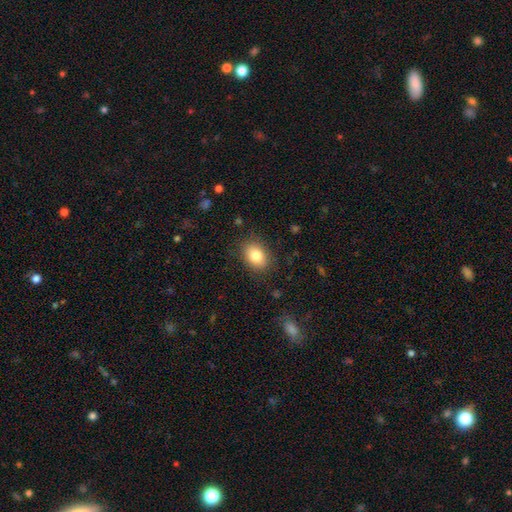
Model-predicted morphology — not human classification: smooth_or_featured: smooth (p=0.83) [alt: featured or disk p=0.09]
how_rounded: in between (p=0.72) [alt: round p=0.27]
merging: none (p=0.85) [alt: minor disturbance p=0.11]